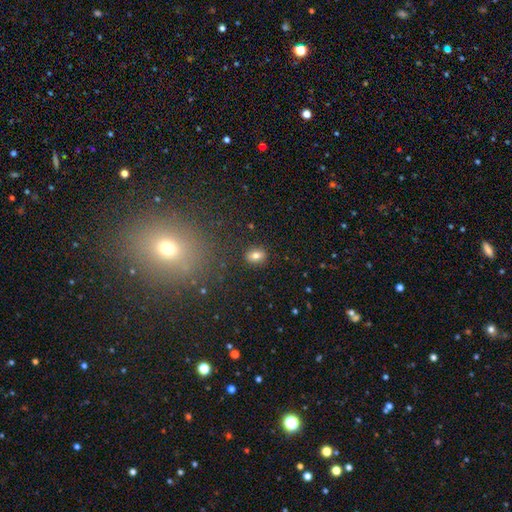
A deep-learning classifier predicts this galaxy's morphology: Smooth or featured: smooth — 78% (star or artifact — 13%)
How rounded: in between — 69% (round — 30%)
Merging: none — 87% (minor disturbance — 8%)